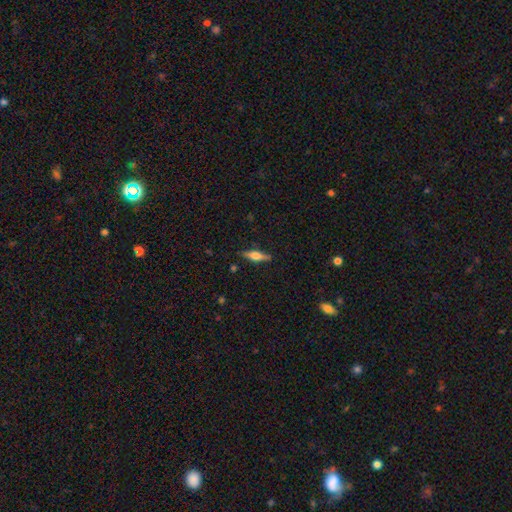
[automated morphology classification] A featured or disk galaxy (58%) viewed edge-on (96%) with a rounded central bulge (90%).

Vote fractions:
- Smooth or featured? featured or disk: 58% / smooth: 35% / star or artifact: 6%
- Edge-on disk? yes: 96% / no: 4%
- Edge-on bulge? rounded: 90% / boxy: 8% / none: 2%
- Merging? none: 87% / minor disturbance: 10% / major disturbance: 2% / merger: 1%